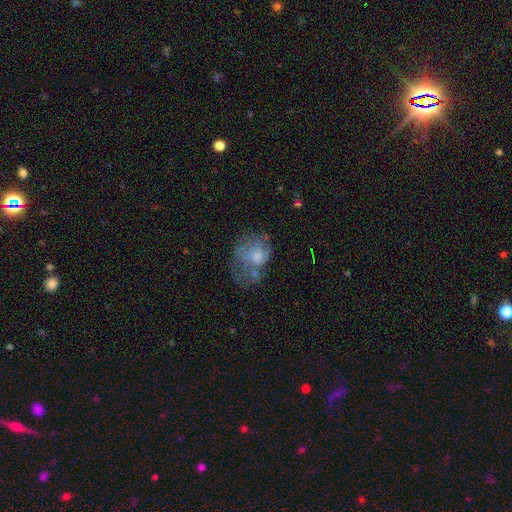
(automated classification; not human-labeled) smooth-or-featured: featured or disk: 51% | smooth: 40% | star or artifact: 9%
  disk-edge-on: no: 98% | yes: 2%
  merging: major disturbance: 39% | none: 29% | minor disturbance: 22% | merger: 11%